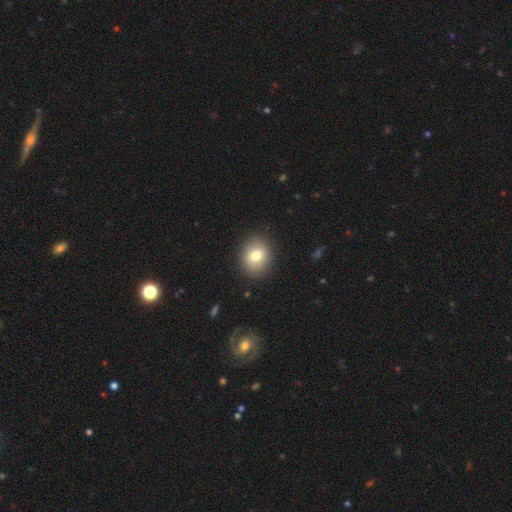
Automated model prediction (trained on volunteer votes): A smooth galaxy with no disk features (76%) that is round (55%).

Vote fractions:
- Smooth or featured? smooth: 76% / featured or disk: 16% / star or artifact: 8%
- How rounded? round: 55% / in between: 44% / cigar-shaped: 1%
- Merging? none: 88% / minor disturbance: 9% / major disturbance: 3% / merger: 1%